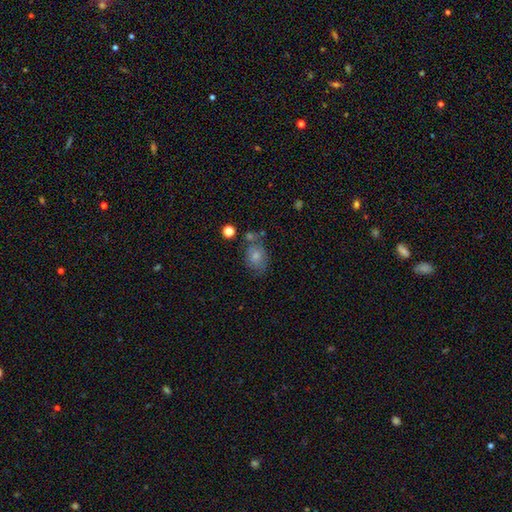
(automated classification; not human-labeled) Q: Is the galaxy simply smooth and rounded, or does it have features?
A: smooth — 74%.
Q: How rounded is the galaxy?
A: in between — 62%.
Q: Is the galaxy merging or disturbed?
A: none — 53%.